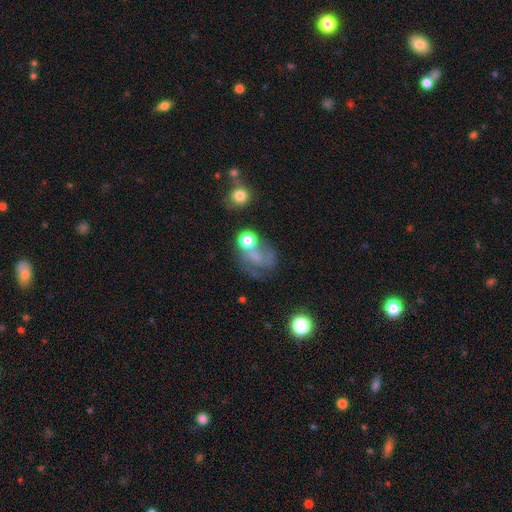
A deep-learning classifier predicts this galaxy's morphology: Smooth or featured: featured or disk — 45% (smooth — 36%)
Merging: none — 37% (major disturbance — 31%)